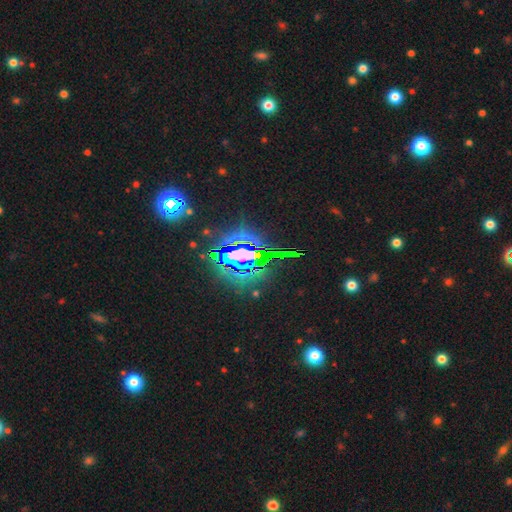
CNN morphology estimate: smooth_or_featured: star or artifact (p=0.79) [alt: featured or disk p=0.11]